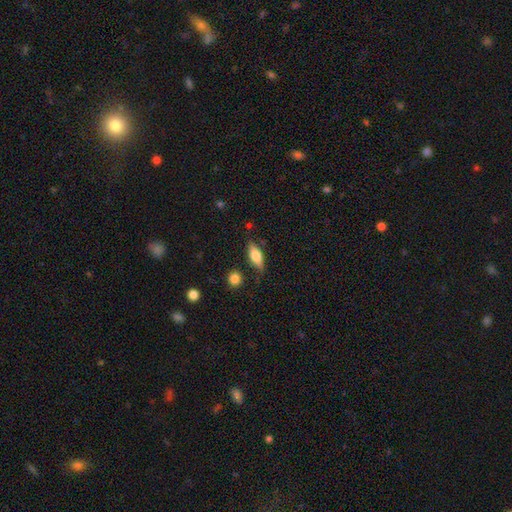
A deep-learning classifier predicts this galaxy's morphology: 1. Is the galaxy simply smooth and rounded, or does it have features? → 70% smooth, 23% featured or disk, 7% star or artifact.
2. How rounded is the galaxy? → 73% in between, 23% cigar-shaped, 4% round.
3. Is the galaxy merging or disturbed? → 75% none, 17% minor disturbance, 4% major disturbance, 3% merger.